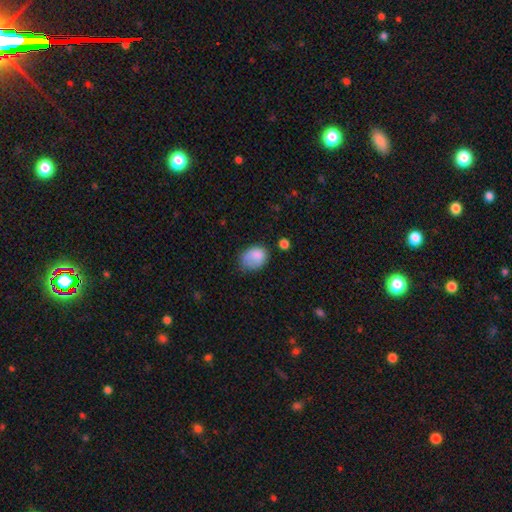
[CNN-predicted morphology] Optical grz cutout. It shows a smooth galaxy with no disk features (82%) that is in between round and cigar-shaped (67%). Merging: none (46%).